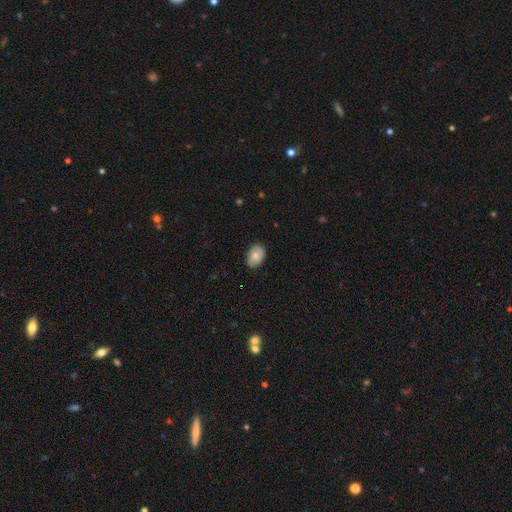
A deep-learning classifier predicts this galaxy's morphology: The model was most divided on "smooth or featured": smooth: 78%, featured or disk: 15%, star or artifact: 7%. More confident: how rounded — in between (86%); merging — none (84%).